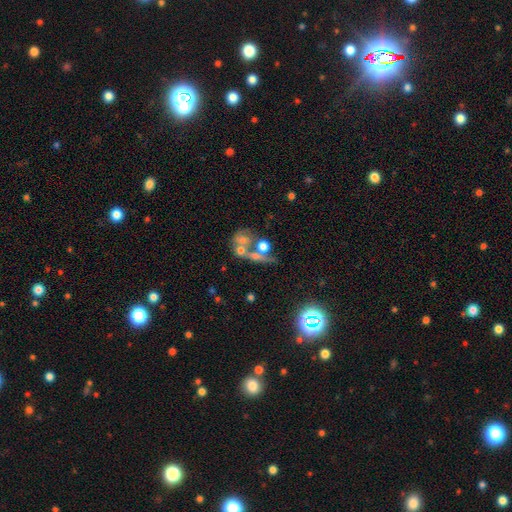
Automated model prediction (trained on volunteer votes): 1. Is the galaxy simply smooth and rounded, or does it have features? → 37% featured or disk, 35% smooth, 28% star or artifact.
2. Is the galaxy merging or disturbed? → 47% merger, 32% none, 12% major disturbance, 10% minor disturbance.